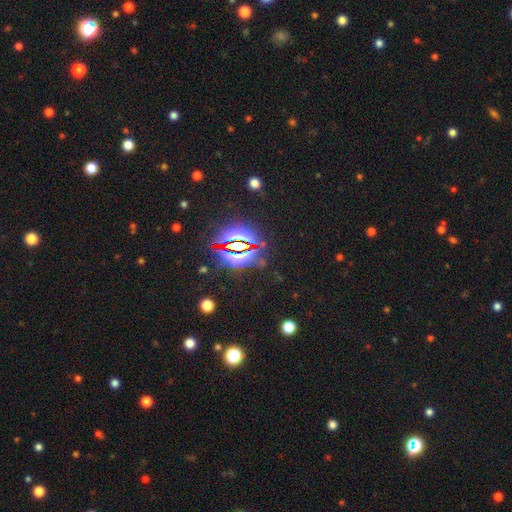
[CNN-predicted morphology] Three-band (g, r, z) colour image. It shows a star or artifact, not a galaxy (85%).